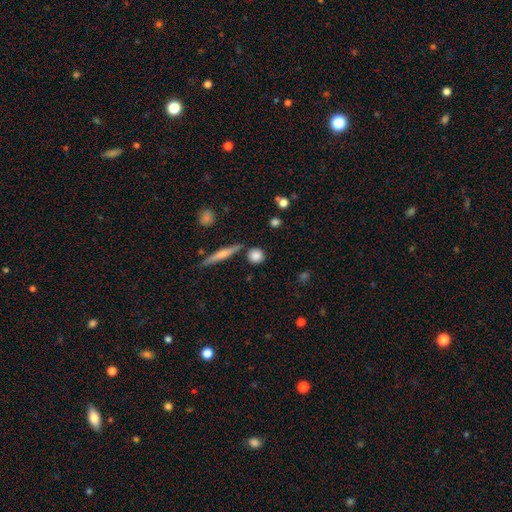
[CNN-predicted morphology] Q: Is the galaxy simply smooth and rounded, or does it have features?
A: smooth — 82%.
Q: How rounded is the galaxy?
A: round — 87%.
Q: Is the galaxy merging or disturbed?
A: none — 81%.